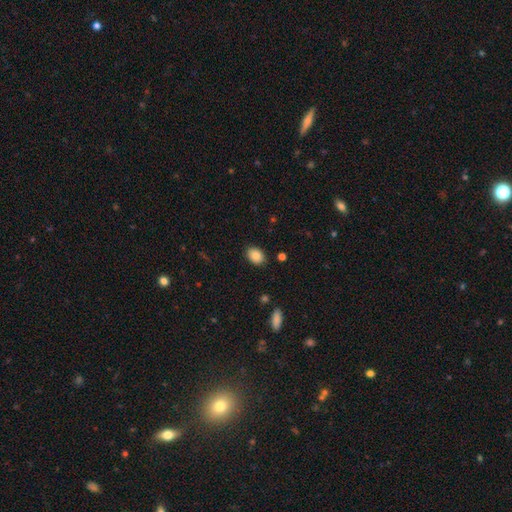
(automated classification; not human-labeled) This is clearly a smooth galaxy (86%). How rounded: likely in between (77%). Merging: clearly none (87%).